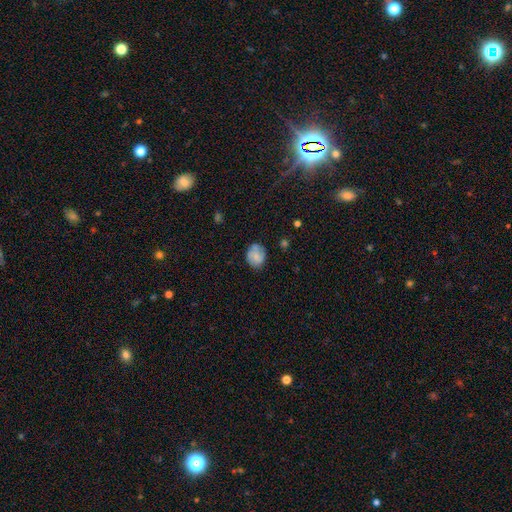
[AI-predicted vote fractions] smooth_or_featured: smooth (p=0.68) [alt: featured or disk p=0.23]
how_rounded: round (p=0.63) [alt: in between p=0.36]
merging: none (p=0.67) [alt: minor disturbance p=0.23]